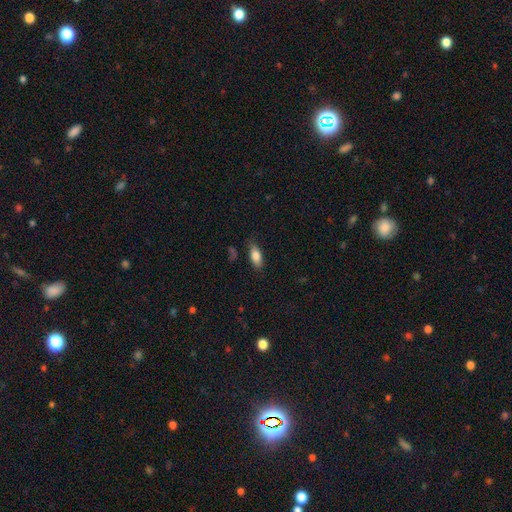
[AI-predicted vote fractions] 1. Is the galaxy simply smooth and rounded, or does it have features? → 80% smooth, 12% featured or disk, 7% star or artifact.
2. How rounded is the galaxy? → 82% in between, 16% cigar-shaped, 3% round.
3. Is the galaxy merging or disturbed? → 78% none, 17% minor disturbance, 4% major disturbance, 2% merger.